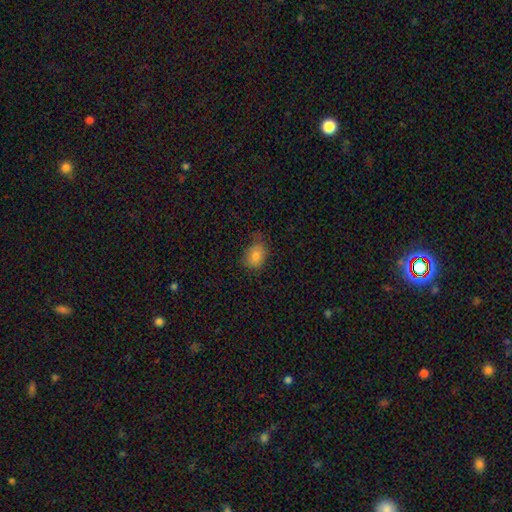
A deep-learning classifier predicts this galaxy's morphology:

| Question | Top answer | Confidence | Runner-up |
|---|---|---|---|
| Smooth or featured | smooth | 79% | star or artifact (11%) |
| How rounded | in between | 56% | round (43%) |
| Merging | none | 65% | minor disturbance (27%) |